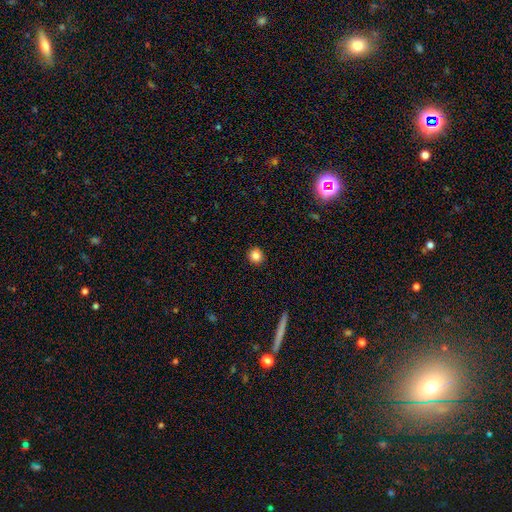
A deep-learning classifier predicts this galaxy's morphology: smooth-or-featured: smooth: 85% | star or artifact: 10% | featured or disk: 5%
  how-rounded: round: 92% | in between: 7% | cigar-shaped: 1%
  merging: none: 93% | minor disturbance: 4% | major disturbance: 1% | merger: 1%